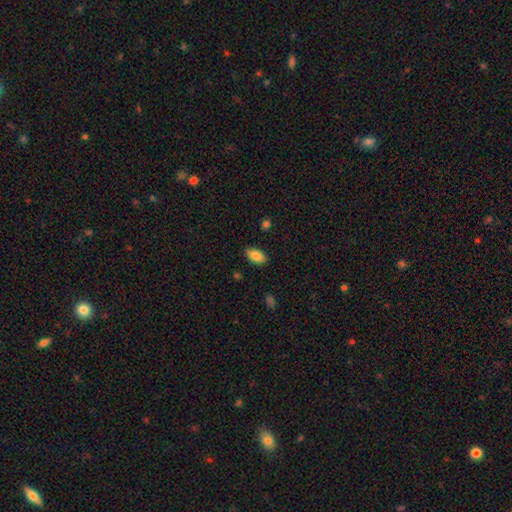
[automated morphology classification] Overall: smooth (84%). How rounded: in between (93%). Merging: none (87%).